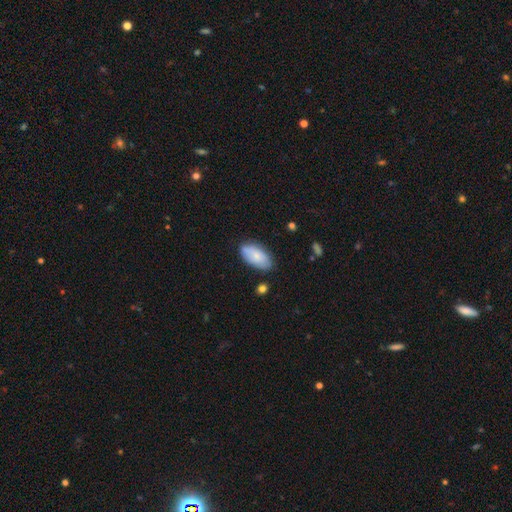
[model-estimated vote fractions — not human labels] A smooth galaxy with no disk features (78%) that is in between round and cigar-shaped (94%). Merging: none (76%).